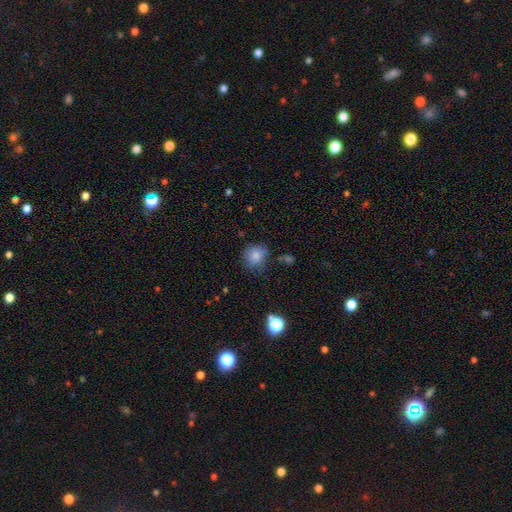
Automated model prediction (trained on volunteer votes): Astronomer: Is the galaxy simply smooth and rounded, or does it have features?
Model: smooth — 81%.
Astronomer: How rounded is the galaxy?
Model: round — 79%.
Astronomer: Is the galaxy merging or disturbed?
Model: none — 67%.